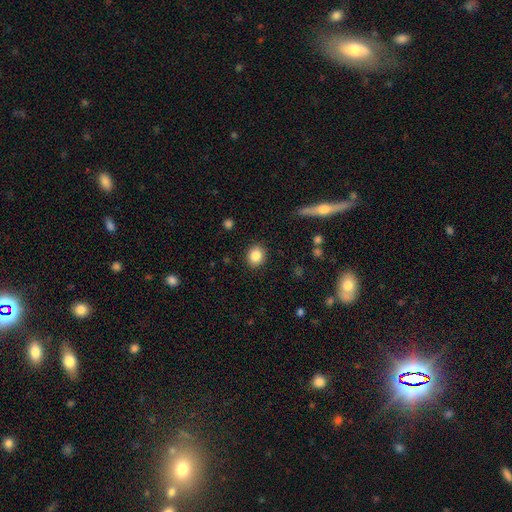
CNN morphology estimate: This appears to be a smooth galaxy with no disk features (85%) that is round (76%). Merging: none (90%).